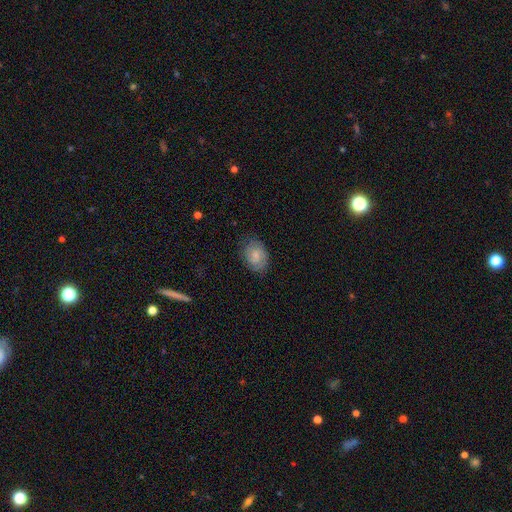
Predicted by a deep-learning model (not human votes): smooth-or-featured: featured or disk: 46% (tied) | smooth: 46% (tied) | star or artifact: 8%
  merging: none: 76% | minor disturbance: 18% | major disturbance: 6% | merger: 1%